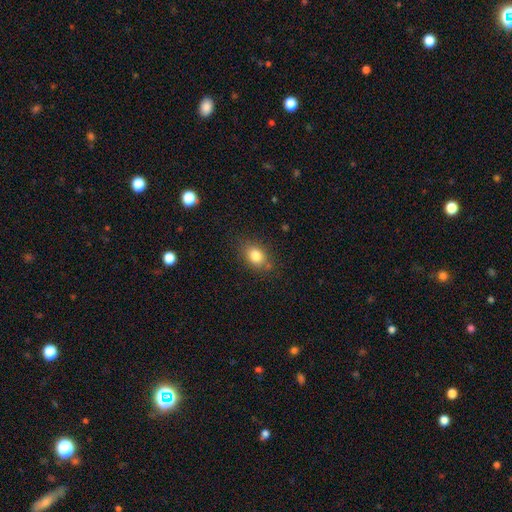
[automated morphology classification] A smooth galaxy with no disk features (81%) that is in between round and cigar-shaped (69%).

Vote fractions:
- Smooth or featured? smooth: 81% / star or artifact: 10% / featured or disk: 9%
- How rounded? in between: 69% / round: 30% / cigar-shaped: 2%
- Merging? none: 78% / minor disturbance: 15% / major disturbance: 4% / merger: 3%